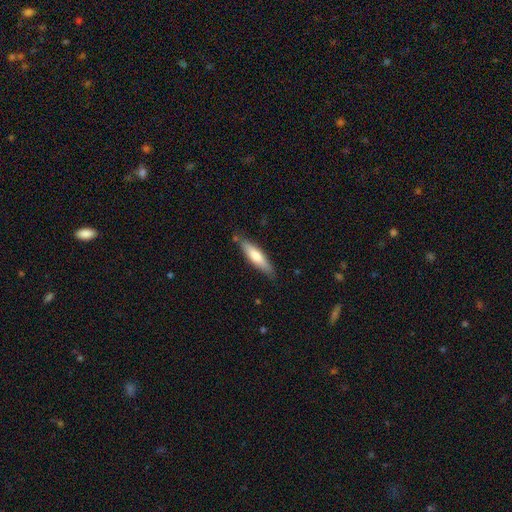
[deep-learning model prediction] Smooth or featured? smooth (66%)
How rounded? cigar-shaped (73%)
Merging? none (79%)